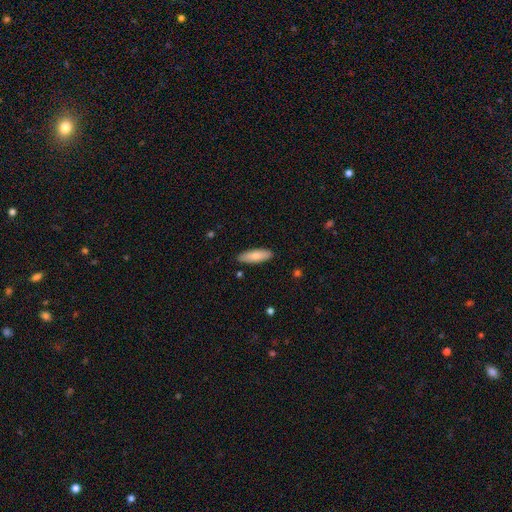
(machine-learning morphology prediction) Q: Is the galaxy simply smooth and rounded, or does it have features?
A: smooth — 80%.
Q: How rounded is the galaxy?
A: in between — 54%.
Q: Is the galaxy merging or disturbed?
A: none — 88%.